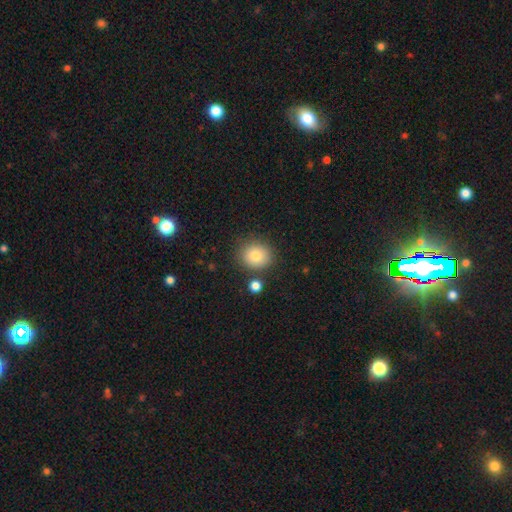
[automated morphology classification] Smooth or featured? Predicted: smooth (p=0.80). How rounded? Predicted: round (p=0.80). Merging? Predicted: none (p=0.81).